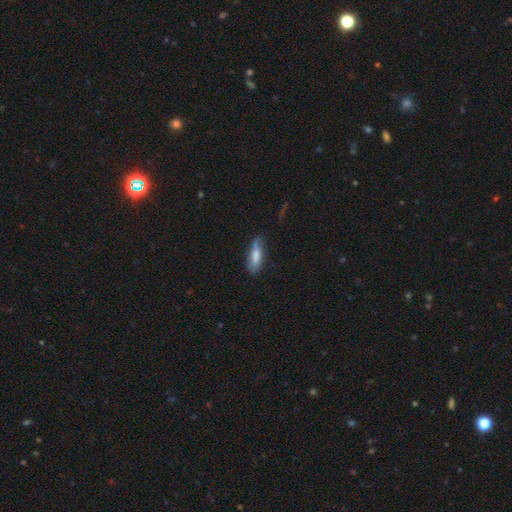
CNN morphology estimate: smooth_or_featured: smooth (p=0.72) [alt: featured or disk p=0.21]
how_rounded: in between (p=0.53) [alt: cigar-shaped p=0.45]
merging: none (p=0.63) [alt: minor disturbance p=0.28]